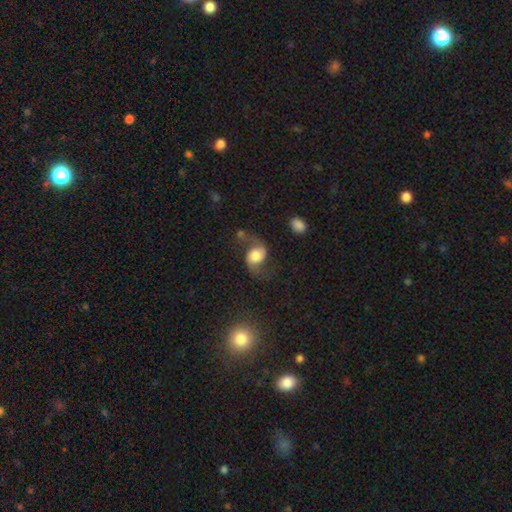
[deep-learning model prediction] featured or disk 69%, smooth 23%, star or artifact 9%. Down the decision tree: edge-on disk — no (97%); bar — no (61%); spiral arms — yes (92%); spiral arm count — 2 (93%); spiral winding — loose (77%); bulge size — large (44%); merging — none (60%).